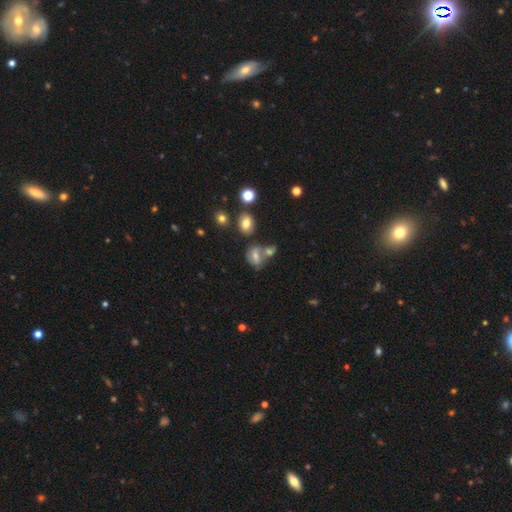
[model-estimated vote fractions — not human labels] smooth_or_featured: smooth (p=0.55) [alt: featured or disk p=0.29]
how_rounded: in between (p=0.68) [alt: round p=0.28]
merging: none (p=0.39) [alt: merger p=0.37]